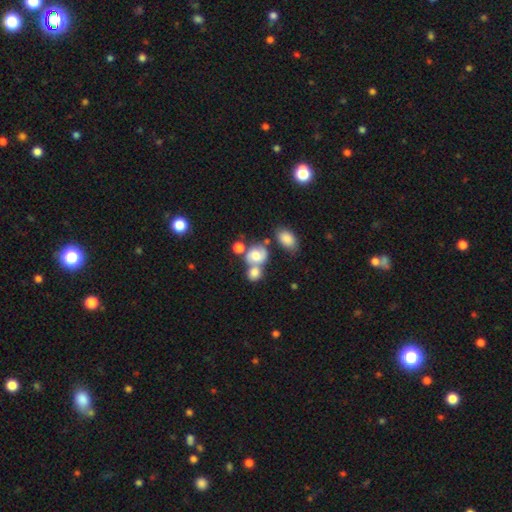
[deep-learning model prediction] Q: Smooth or featured?
A: smooth (62%); runner-up: featured or disk (27%)
Q: How rounded?
A: round (58%); runner-up: in between (41%)
Q: Merging?
A: merger (48%); runner-up: none (33%)